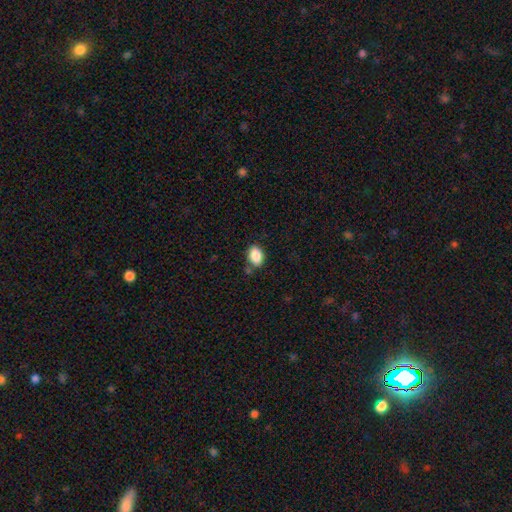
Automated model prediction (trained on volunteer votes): Q: Smooth or featured?
A: smooth (88%); runner-up: star or artifact (8%)
Q: How rounded?
A: in between (82%); runner-up: round (16%)
Q: Merging?
A: none (74%); runner-up: minor disturbance (17%)